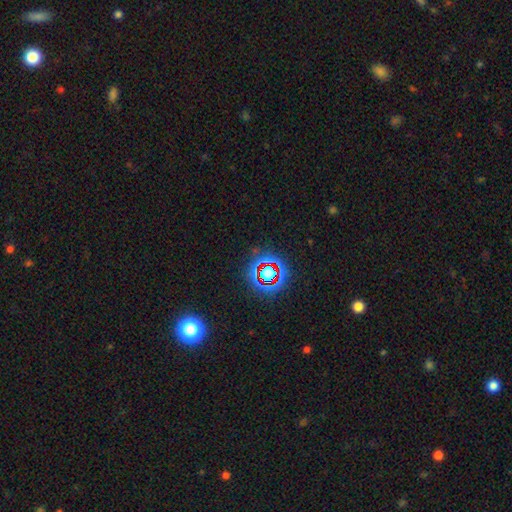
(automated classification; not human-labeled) Smooth or featured? star or artifact (60%)